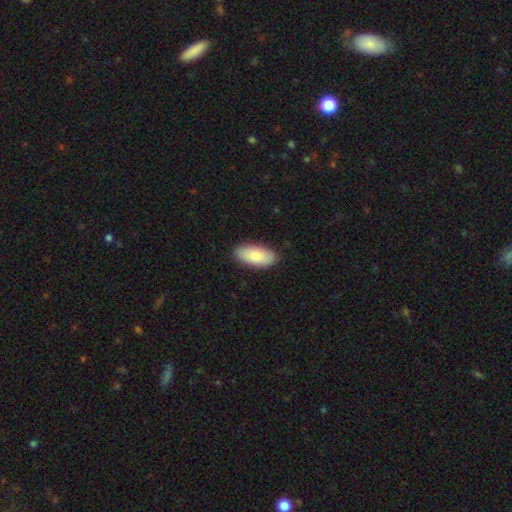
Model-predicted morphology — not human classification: Q: Smooth or featured?
A: smooth (81%); runner-up: featured or disk (13%)
Q: How rounded?
A: in between (91%); runner-up: cigar-shaped (6%)
Q: Merging?
A: none (88%); runner-up: minor disturbance (9%)